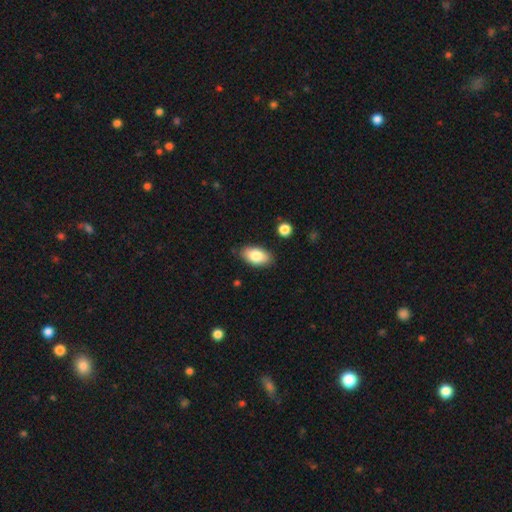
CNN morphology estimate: This is clearly a smooth galaxy (82%). How rounded: clearly in between (93%). Merging: clearly none (84%).